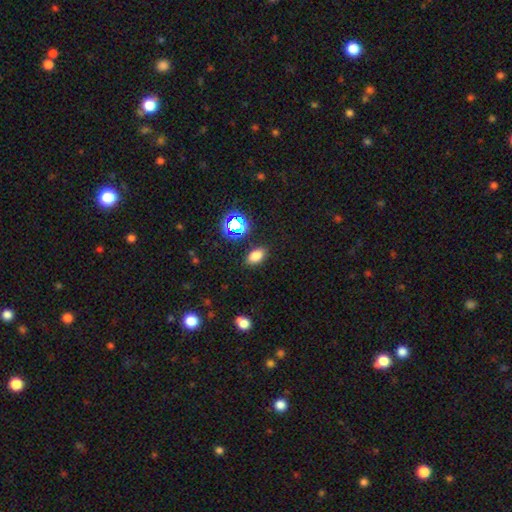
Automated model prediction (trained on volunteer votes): smooth-or-featured: smooth: 76% | star or artifact: 17% | featured or disk: 7%
  how-rounded: in between: 86% | round: 12% | cigar-shaped: 2%
  merging: none: 86% | minor disturbance: 9% | major disturbance: 3% | merger: 2%